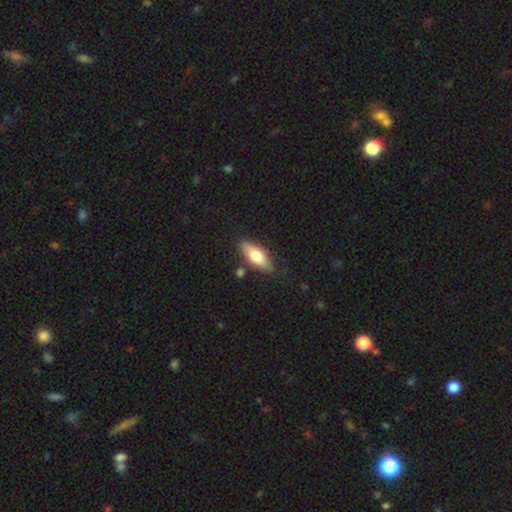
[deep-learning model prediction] smooth 71%, featured or disk 23%, star or artifact 6%. Down the decision tree: how rounded — in between (71%); merging — none (78%).